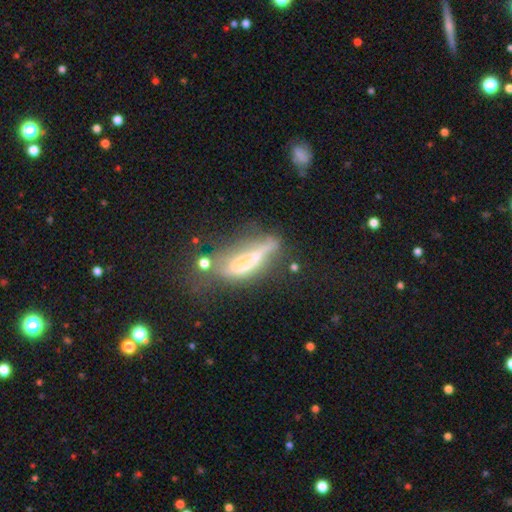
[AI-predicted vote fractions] Smooth or featured: featured or disk — 58% (smooth — 30%)
Edge-on disk: no — 52% (yes — 48%)
Merging: major disturbance — 32% (none — 27%)